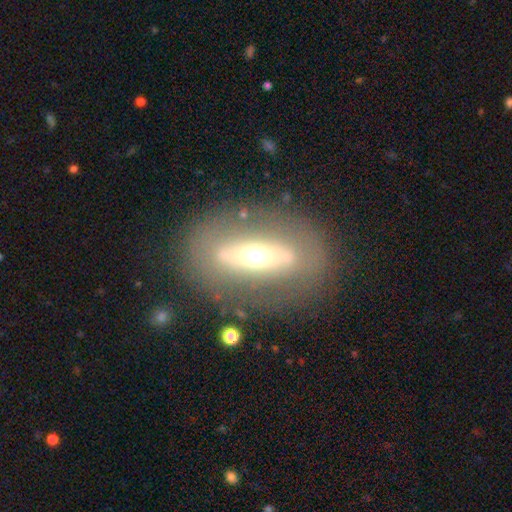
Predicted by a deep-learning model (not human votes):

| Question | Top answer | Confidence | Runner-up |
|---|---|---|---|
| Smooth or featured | featured or disk | 59% | smooth (33%) |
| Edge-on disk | no | 70% | yes (30%) |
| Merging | none | 76% | minor disturbance (12%) |